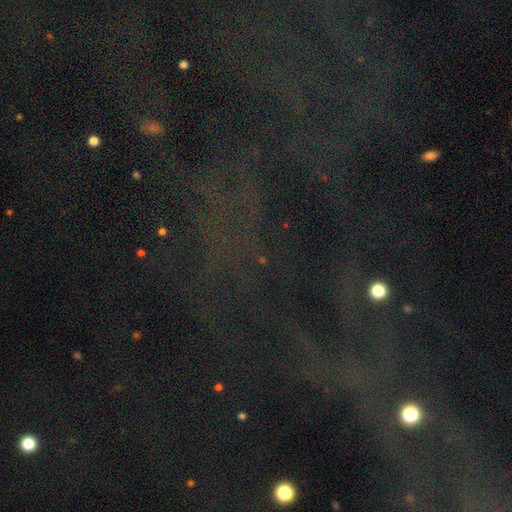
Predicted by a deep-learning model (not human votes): smooth-or-featured: star or artifact: 77% | smooth: 12% | featured or disk: 12%